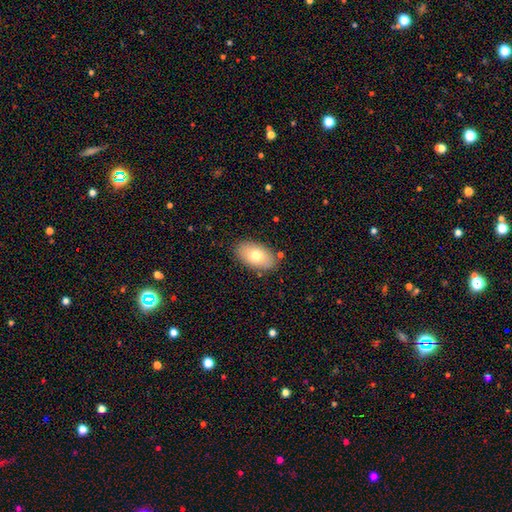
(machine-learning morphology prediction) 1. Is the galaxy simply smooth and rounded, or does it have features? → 73% smooth, 20% featured or disk, 7% star or artifact.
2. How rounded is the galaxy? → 93% in between, 5% round, 2% cigar-shaped.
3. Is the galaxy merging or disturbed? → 84% none, 11% minor disturbance, 3% major disturbance, 2% merger.